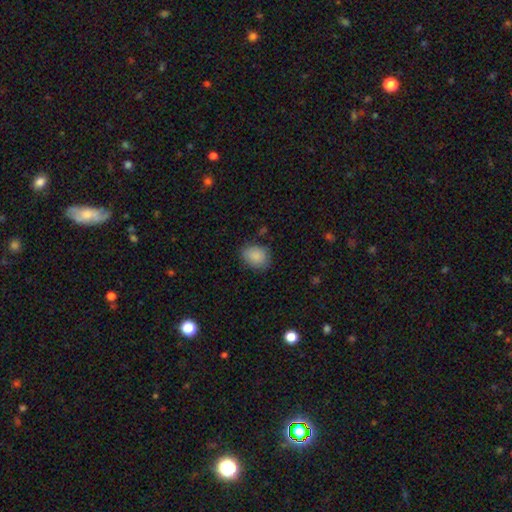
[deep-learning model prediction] Morphology: type=smooth (87%); roundness=in between (58%); merging=none (75%).